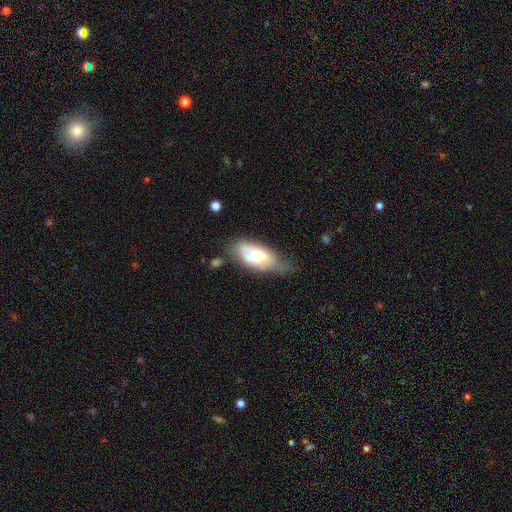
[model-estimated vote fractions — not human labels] Smooth or featured? Predicted: smooth (p=0.64). How rounded? Predicted: in between (p=0.83). Merging? Predicted: minor disturbance (p=0.35, tied with none).